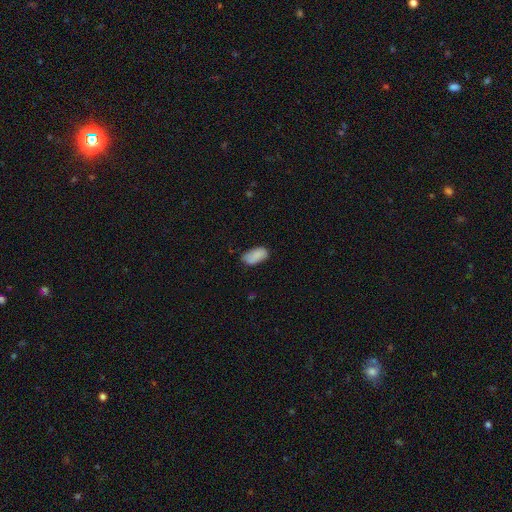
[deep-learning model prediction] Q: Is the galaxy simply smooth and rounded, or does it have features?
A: smooth — 86%.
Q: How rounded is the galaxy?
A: in between — 94%.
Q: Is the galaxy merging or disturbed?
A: none — 66%.